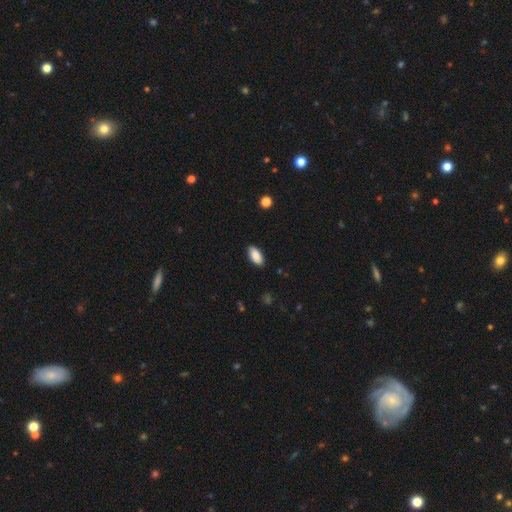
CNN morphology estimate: A smooth galaxy with no disk features (88%) that is in between round and cigar-shaped (91%). Merging: none (87%).